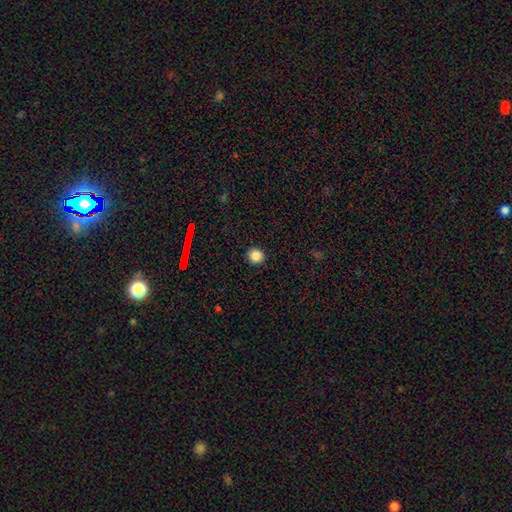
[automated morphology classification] smooth 85%, star or artifact 11%, featured or disk 5%. Down the decision tree: how rounded — round (91%); merging — none (91%).